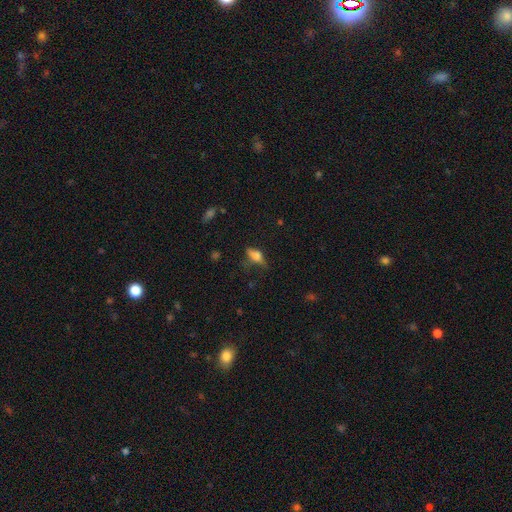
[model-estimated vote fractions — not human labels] Smooth or featured? Predicted: smooth (p=0.68). How rounded? Predicted: in between (p=0.77). Merging? Predicted: none (p=0.41).